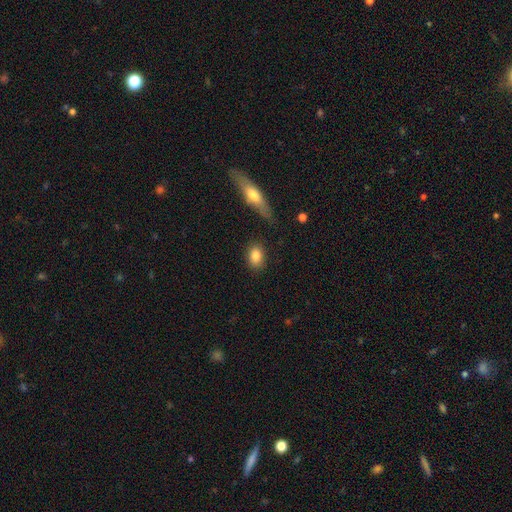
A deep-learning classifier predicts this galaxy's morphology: Smooth or featured?
  - smooth: 85% *
  - featured or disk: 8%
  - star or artifact: 7%
How rounded?
  - in between: 77% *
  - round: 20%
  - cigar-shaped: 3%
Merging?
  - none: 84% *
  - minor disturbance: 10%
  - major disturbance: 3%
  - merger: 3%